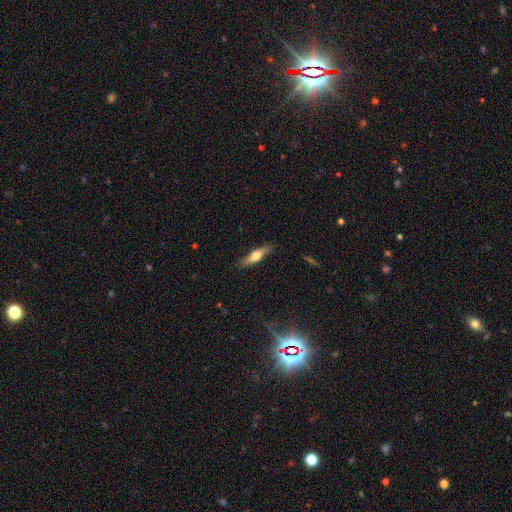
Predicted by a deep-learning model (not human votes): Q: Smooth or featured?
A: featured or disk (52%); runner-up: smooth (42%)
Q: Edge-on disk?
A: yes (94%); runner-up: no (6%)
Q: Merging?
A: none (87%); runner-up: minor disturbance (10%)